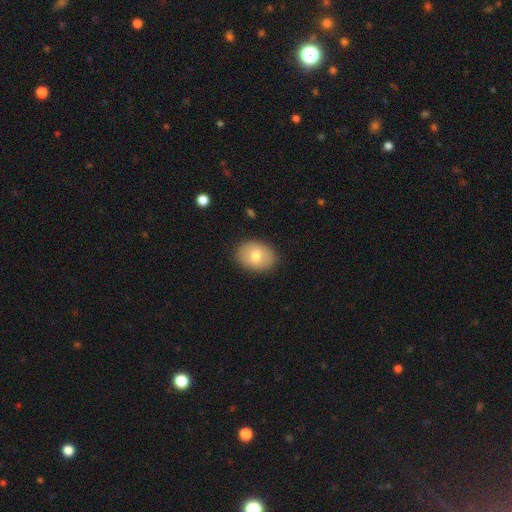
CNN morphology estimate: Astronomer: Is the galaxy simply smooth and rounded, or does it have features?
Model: smooth — 72%.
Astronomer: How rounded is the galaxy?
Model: in between — 68%.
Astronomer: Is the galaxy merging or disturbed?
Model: none — 87%.